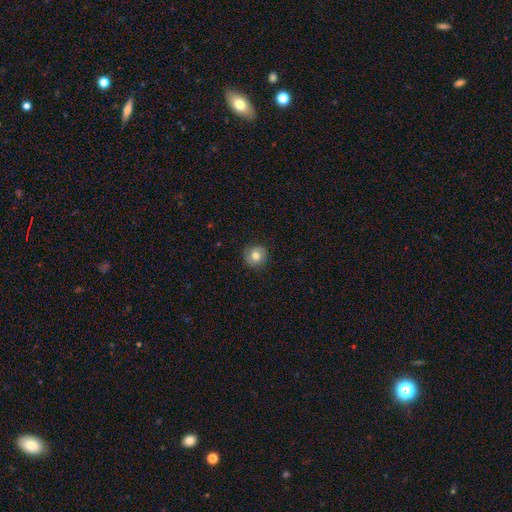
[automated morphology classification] smooth-or-featured: smooth: 74% | featured or disk: 17% | star or artifact: 10%
  how-rounded: round: 91% | in between: 8% | cigar-shaped: 1%
  merging: none: 85% | minor disturbance: 11% | major disturbance: 3% | merger: 1%